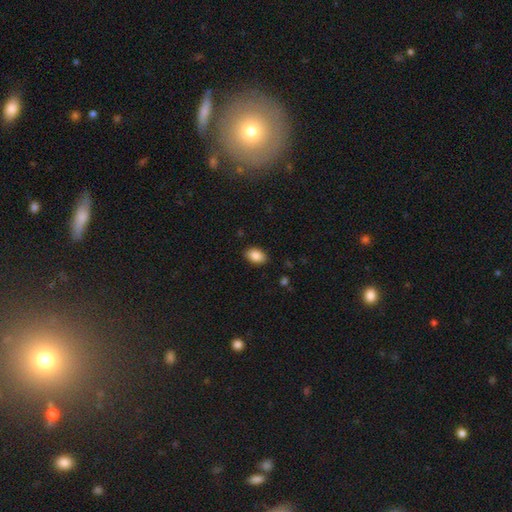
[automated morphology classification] Q: Smooth or featured?
A: smooth (87%); runner-up: star or artifact (8%)
Q: How rounded?
A: in between (87%); runner-up: round (12%)
Q: Merging?
A: none (87%); runner-up: minor disturbance (9%)